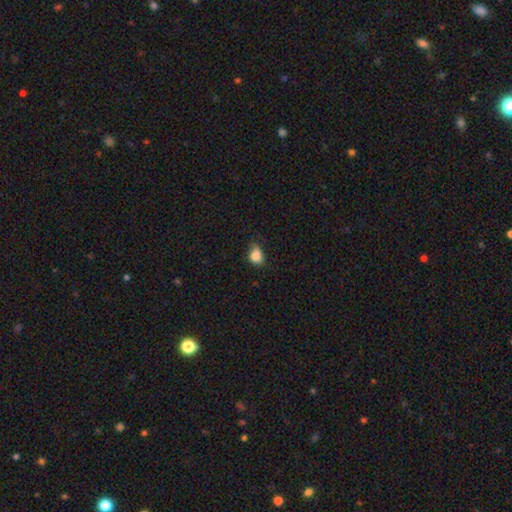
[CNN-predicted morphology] smooth-or-featured: smooth: 85% | star or artifact: 9% | featured or disk: 6%
  how-rounded: in between: 61% | round: 38% | cigar-shaped: 1%
  merging: none: 55% | minor disturbance: 35% | major disturbance: 8% | merger: 2%